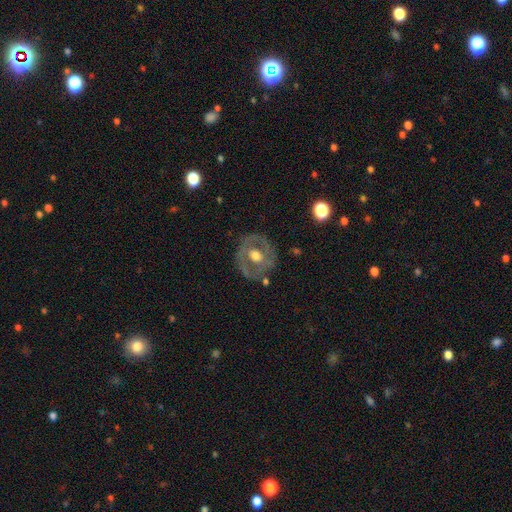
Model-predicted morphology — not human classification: The model was most divided on "spiral arms": no: 66%, yes: 34%. More confident: edge-on disk — no (95%); merging — none (75%); bulge size — moderate (69%); bar — no (68%); smooth or featured — featured or disk (64%).